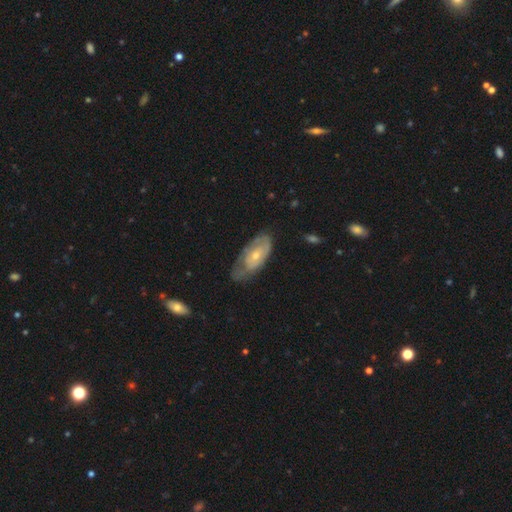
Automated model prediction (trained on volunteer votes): smooth_or_featured: featured or disk (p=0.59) [alt: smooth p=0.35]
disk_edge_on: no (p=0.90) [alt: yes p=0.10]
bar: no (p=0.79) [alt: weak p=0.18]
has_spiral_arms: yes (p=0.59) [alt: no p=0.41]
bulge_size: small (p=0.57) [alt: moderate p=0.39]
merging: none (p=0.48) [alt: minor disturbance p=0.34]